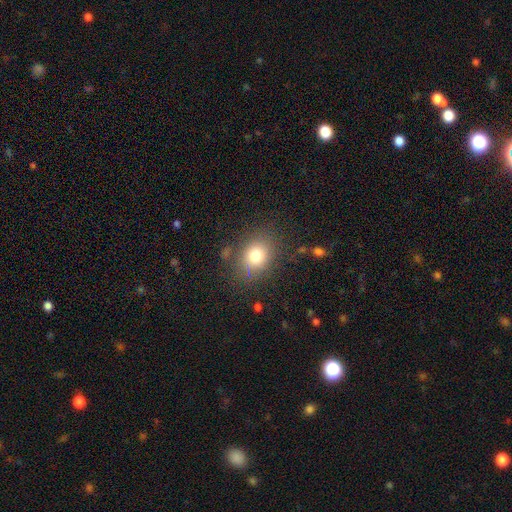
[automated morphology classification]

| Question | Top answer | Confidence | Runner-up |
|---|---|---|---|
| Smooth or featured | smooth | 77% | star or artifact (12%) |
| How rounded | round | 53% | in between (46%) |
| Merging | none | 78% | minor disturbance (14%) |